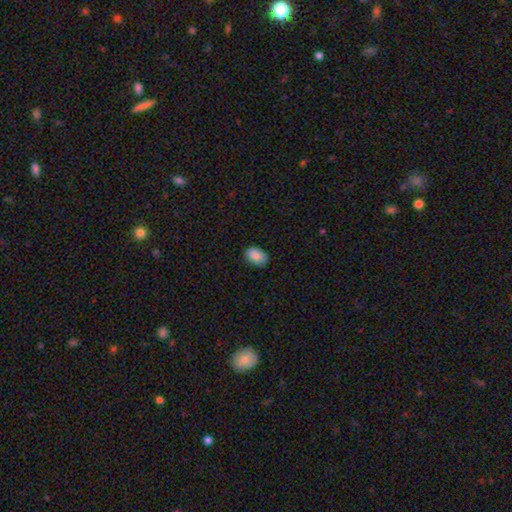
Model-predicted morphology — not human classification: smooth_or_featured: smooth (p=0.88) [alt: star or artifact p=0.07]
how_rounded: in between (p=0.87) [alt: round p=0.12]
merging: none (p=0.84) [alt: minor disturbance p=0.13]